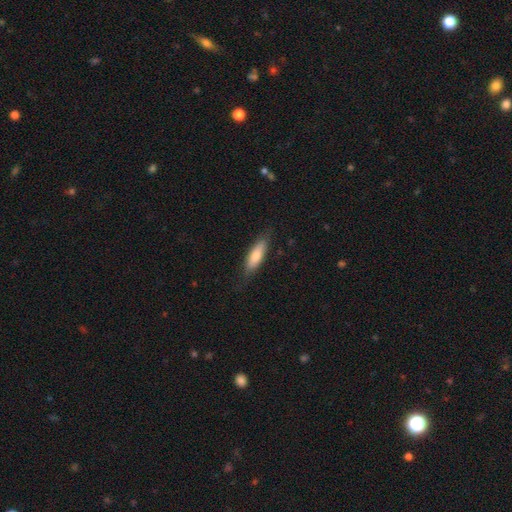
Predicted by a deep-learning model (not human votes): Smooth or featured?
  - smooth: 73% *
  - featured or disk: 21%
  - star or artifact: 6%
How rounded?
  - cigar-shaped: 54% *
  - in between: 45%
  - round: 2%
Merging?
  - none: 80% *
  - minor disturbance: 15%
  - major disturbance: 4%
  - merger: 1%